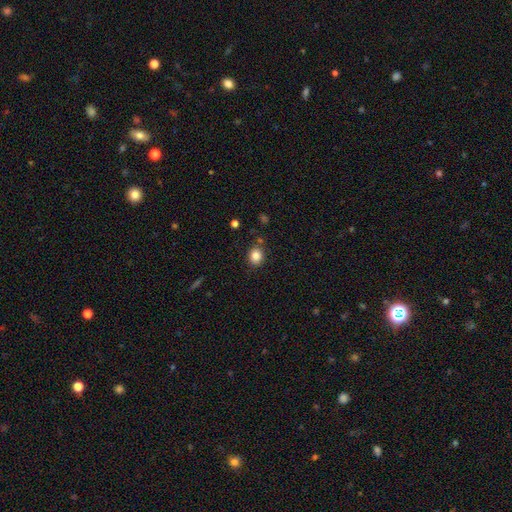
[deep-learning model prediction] Smooth or featured? Predicted: smooth (p=0.84). How rounded? Predicted: round (p=0.67). Merging? Predicted: none (p=0.84).